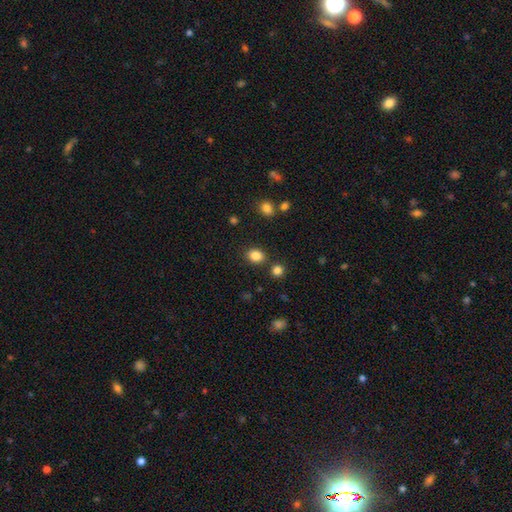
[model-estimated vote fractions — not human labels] Smooth or featured: smooth — 85% (star or artifact — 11%)
How rounded: in between — 53% (round — 46%)
Merging: none — 82% (minor disturbance — 9%)